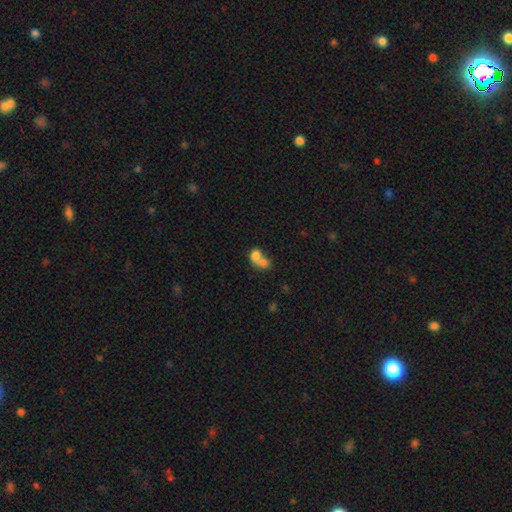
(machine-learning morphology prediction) smooth_or_featured: smooth (p=0.69) [alt: featured or disk p=0.17]
how_rounded: round (p=0.56) [alt: in between p=0.43]
merging: merger (p=0.67) [alt: none p=0.24]